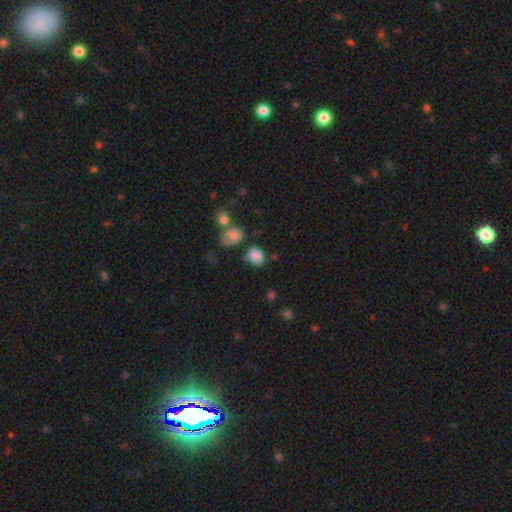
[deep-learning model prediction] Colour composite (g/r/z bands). It shows a smooth galaxy with no disk features (82%) that is round (55%). Merging: none (57%).